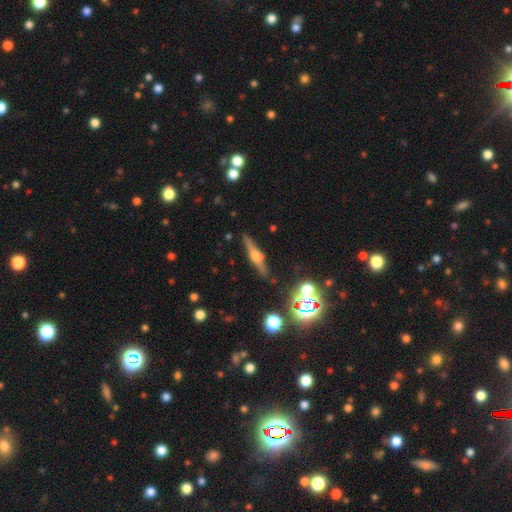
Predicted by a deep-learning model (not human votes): smooth_or_featured: featured or disk (p=0.70) [alt: smooth p=0.20]
disk_edge_on: yes (p=0.97) [alt: no p=0.03]
edge_on_bulge: rounded (p=0.90) [alt: boxy p=0.07]
merging: none (p=0.87) [alt: minor disturbance p=0.09]